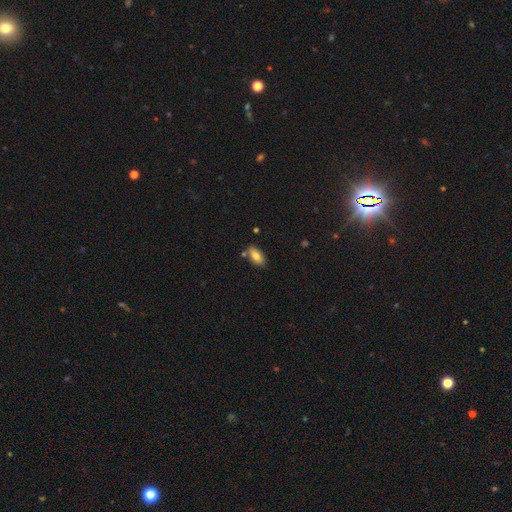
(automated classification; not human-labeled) This appears to be a smooth galaxy with no disk features (79%) that is in between round and cigar-shaped (90%). Merging: none (77%).